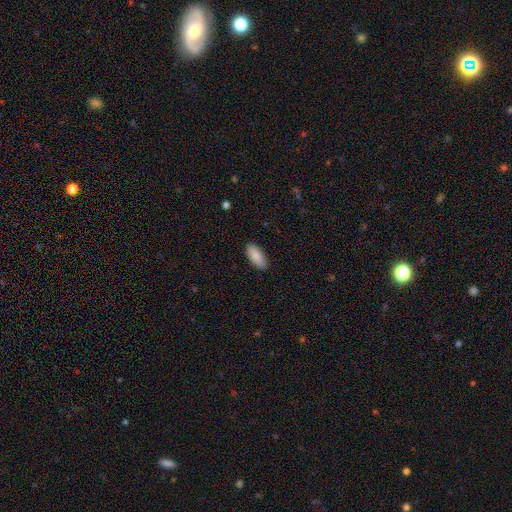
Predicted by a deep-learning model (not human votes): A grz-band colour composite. It shows a smooth galaxy with no disk features (88%) that is in between round and cigar-shaped (86%). Merging: none (88%).